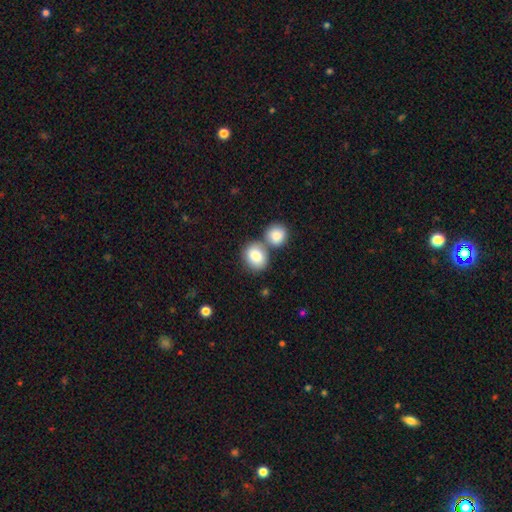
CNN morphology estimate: The model was most divided on "merging": none: 45%, merger: 42%, minor disturbance: 9%, major disturbance: 3%. More confident: smooth or featured — smooth (84%); how rounded — round (60%).